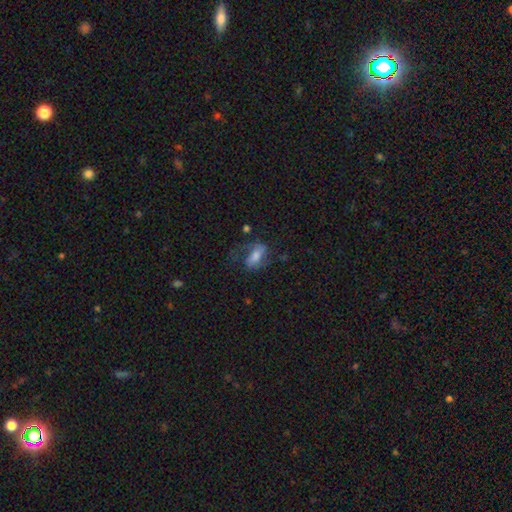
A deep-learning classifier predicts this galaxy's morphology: Overall: smooth (49%; featured or disk 42%). Merging: none (50%; major disturbance 25%).